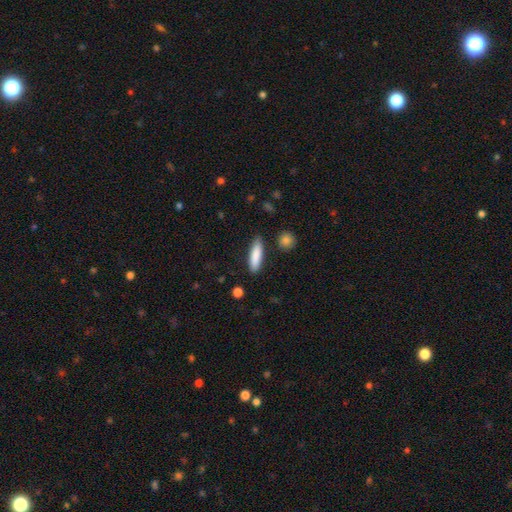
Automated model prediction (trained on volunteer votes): smooth-or-featured: smooth: 85% | featured or disk: 9% | star or artifact: 6%
  how-rounded: cigar-shaped: 69% | in between: 29% | round: 2%
  merging: none: 86% | minor disturbance: 9% | major disturbance: 2% | merger: 2%